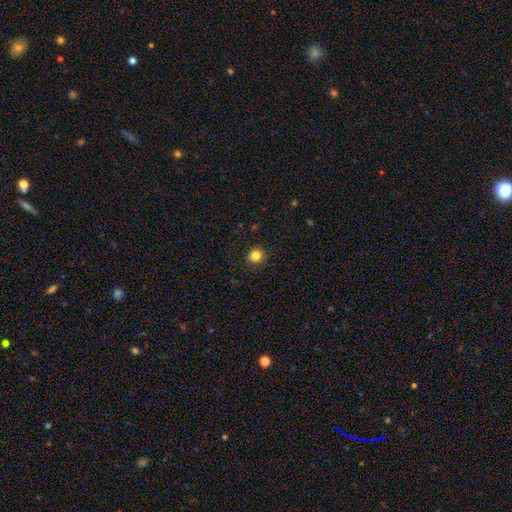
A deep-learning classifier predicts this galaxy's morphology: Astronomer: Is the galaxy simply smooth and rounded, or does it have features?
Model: smooth — 83%.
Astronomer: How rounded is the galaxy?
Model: round — 83%.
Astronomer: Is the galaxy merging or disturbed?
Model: none — 90%.